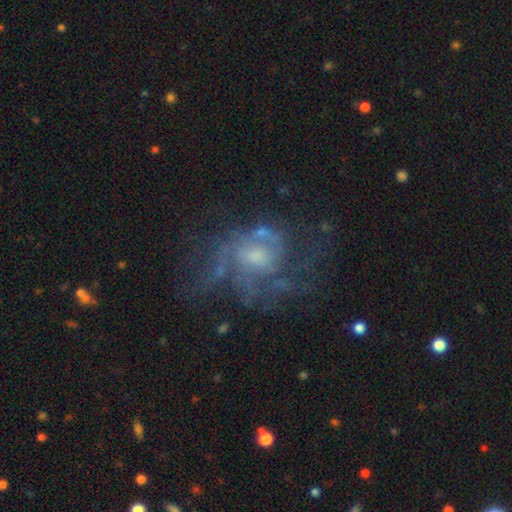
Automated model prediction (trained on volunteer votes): Smooth or featured: featured or disk — 72% (smooth — 16%)
Edge-on disk: no — 97% (yes — 3%)
Bar: no — 68% (weak — 28%)
Spiral arms: yes — 67% (no — 33%)
Bulge size: moderate — 44% (small — 37%)
Merging: none — 42% (major disturbance — 34%)